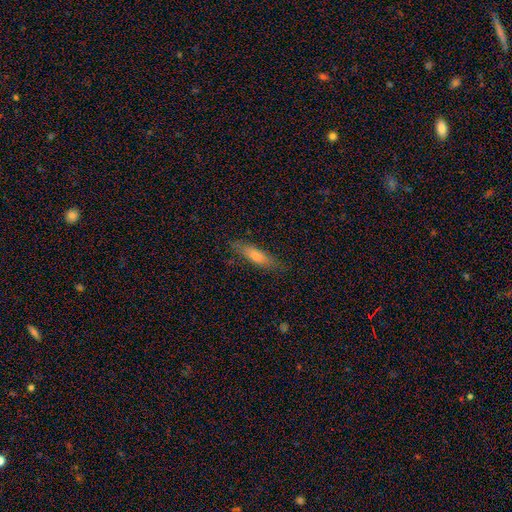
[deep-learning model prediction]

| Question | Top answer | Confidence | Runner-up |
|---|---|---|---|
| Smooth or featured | smooth | 65% | featured or disk (28%) |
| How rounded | cigar-shaped | 73% | in between (25%) |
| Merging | none | 83% | minor disturbance (13%) |